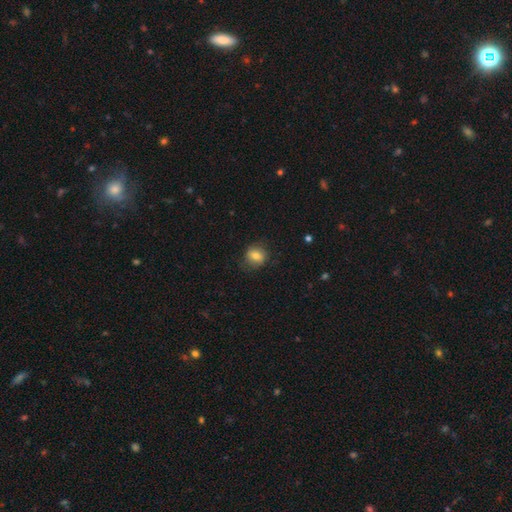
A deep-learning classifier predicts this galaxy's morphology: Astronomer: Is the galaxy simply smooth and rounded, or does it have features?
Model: smooth — 77%.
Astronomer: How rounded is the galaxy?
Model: round — 64%.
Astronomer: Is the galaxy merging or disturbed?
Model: none — 77%.